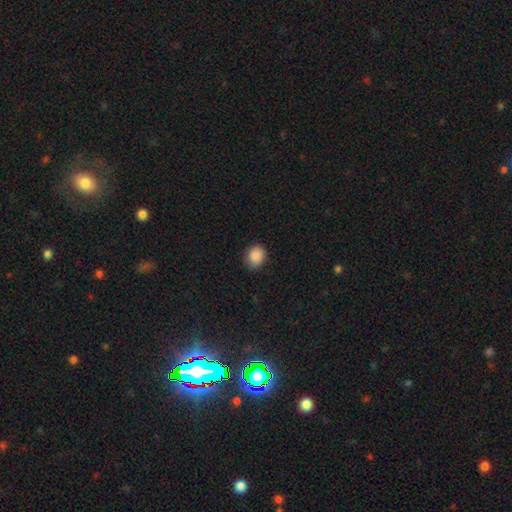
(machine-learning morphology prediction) Overall: smooth (88%). How rounded: round (63%; in between 36%). Merging: none (82%).